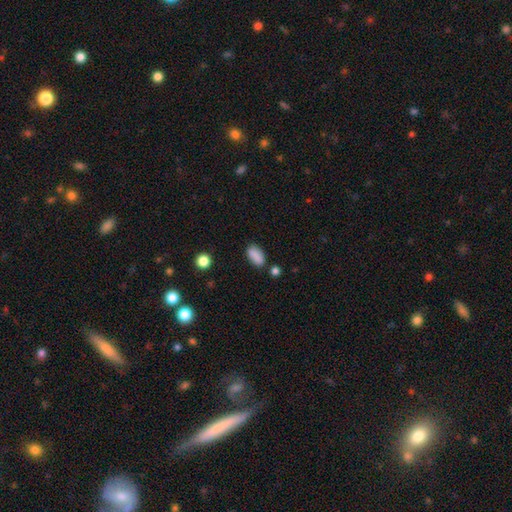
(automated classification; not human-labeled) smooth_or_featured: smooth (p=0.87) [alt: star or artifact p=0.08]
how_rounded: in between (p=0.89) [alt: cigar-shaped p=0.06]
merging: none (p=0.78) [alt: minor disturbance p=0.13]